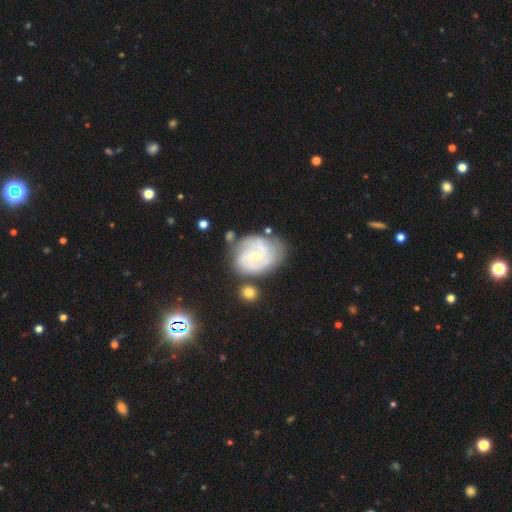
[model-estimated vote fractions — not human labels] A featured or disk galaxy (81%) with no bar (52%), 2 (39%) tight (56%) spiral arms (93%) and a small central bulge (60%).

Vote fractions:
- Smooth or featured? featured or disk: 81% / smooth: 13% / star or artifact: 6%
- Edge-on disk? no: 97% / yes: 3%
- Bar? no: 52% / weak: 40% / strong: 8%
- Spiral arms? yes: 93% / no: 7%
- Spiral winding? tight: 56% / medium: 35% / loose: 9%
- Spiral arm count? 2: 39% / can't tell: 26% / 3: 22% / 4: 6% / 1: 4% / more than 4: 3%
- Bulge size? small: 60% / moderate: 36% / none: 2% / large: 1% / dominant: 1%
- Merging? none: 63% / minor disturbance: 21% / major disturbance: 8% / merger: 7%